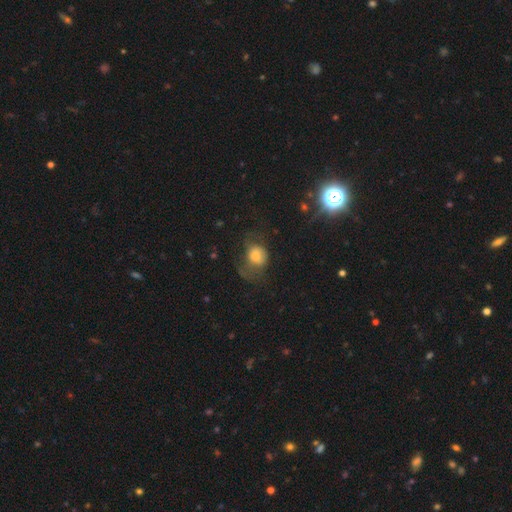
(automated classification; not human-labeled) Smooth or featured? smooth (64%)
How rounded? round (55%)
Merging? major disturbance (38%)